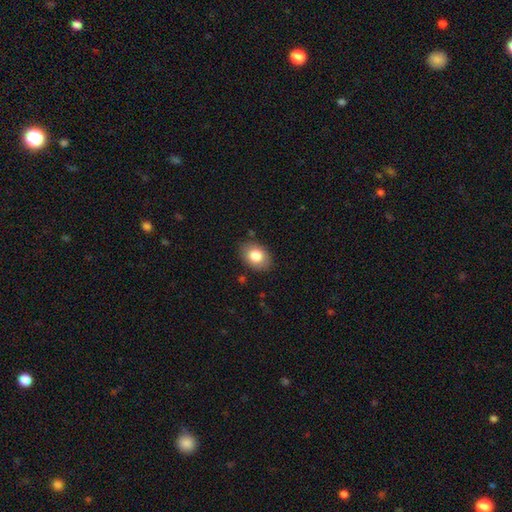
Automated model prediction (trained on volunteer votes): Smooth or featured? Predicted: smooth (p=0.81). How rounded? Predicted: in between (p=0.75). Merging? Predicted: none (p=0.84).